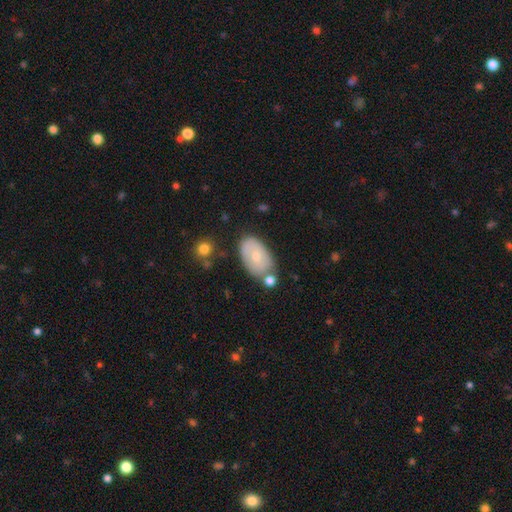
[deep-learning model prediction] Smooth or featured? Predicted: smooth (p=0.61). How rounded? Predicted: in between (p=0.92). Merging? Predicted: none (p=0.61).